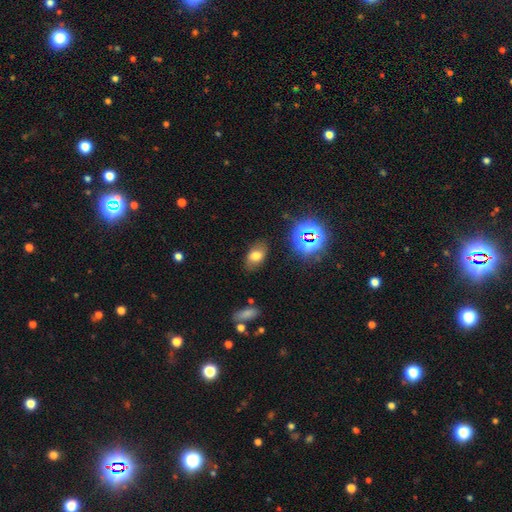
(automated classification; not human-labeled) Overall: smooth (68%). How rounded: in between (86%). Merging: none (80%).